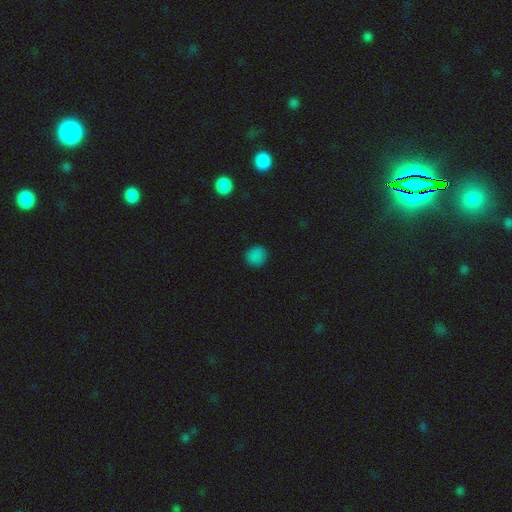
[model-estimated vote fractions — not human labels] smooth_or_featured: smooth (p=0.83) [alt: star or artifact p=0.14]
how_rounded: round (p=0.90) [alt: in between p=0.09]
merging: none (p=0.90) [alt: minor disturbance p=0.07]